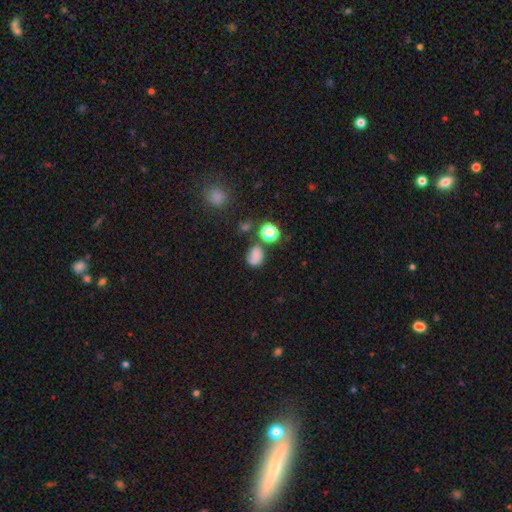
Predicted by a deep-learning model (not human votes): Smooth or featured?
  - smooth: 69% *
  - star or artifact: 17%
  - featured or disk: 14%
How rounded?
  - in between: 50% *
  - round: 49%
  - cigar-shaped: 1%
Merging?
  - none: 64% *
  - minor disturbance: 20%
  - merger: 9%
  - major disturbance: 6%